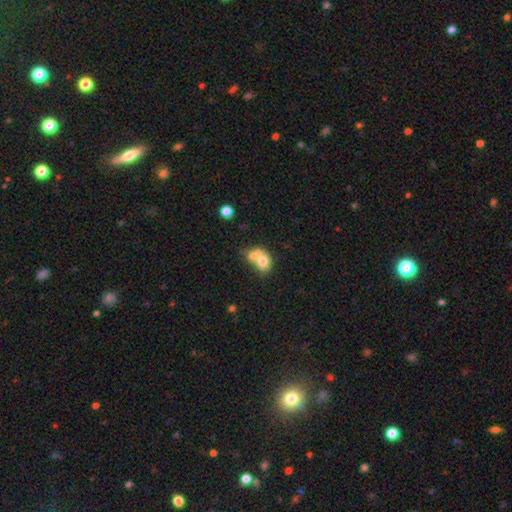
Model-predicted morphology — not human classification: Smooth or featured? Predicted: smooth (p=0.67). How rounded? Predicted: round (p=0.49, tied with in between). Merging? Predicted: merger (p=0.68).